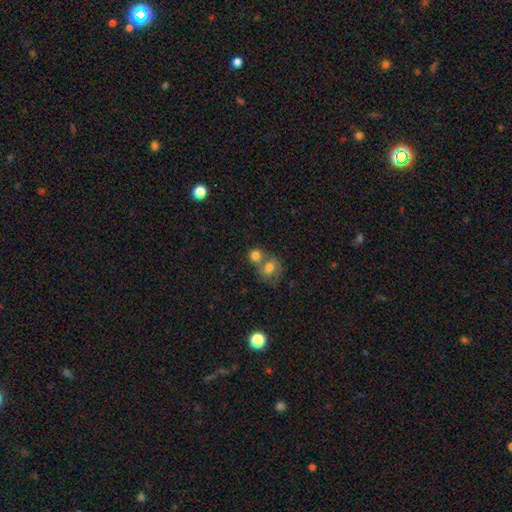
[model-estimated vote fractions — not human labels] Smooth or featured?
  - smooth: 77% *
  - featured or disk: 14%
  - star or artifact: 10%
How rounded?
  - round: 74% *
  - in between: 25%
  - cigar-shaped: 1%
Merging?
  - merger: 56% *
  - none: 34%
  - minor disturbance: 7%
  - major disturbance: 3%